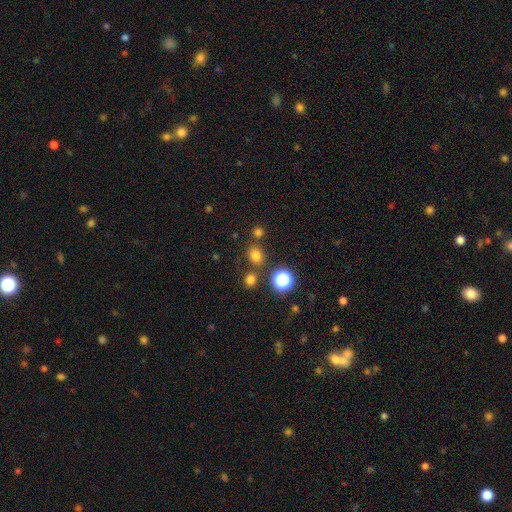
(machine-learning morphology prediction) This is likely a smooth galaxy (74%). How rounded: likely round (69%). Merging: likely none (77%).